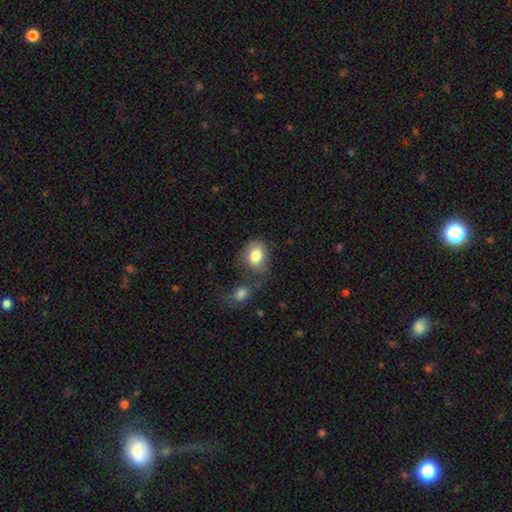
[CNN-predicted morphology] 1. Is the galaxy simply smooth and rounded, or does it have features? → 82% smooth, 11% featured or disk, 8% star or artifact.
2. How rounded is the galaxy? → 64% in between, 35% round, 1% cigar-shaped.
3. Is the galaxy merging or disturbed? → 53% none, 23% minor disturbance, 15% merger, 10% major disturbance.